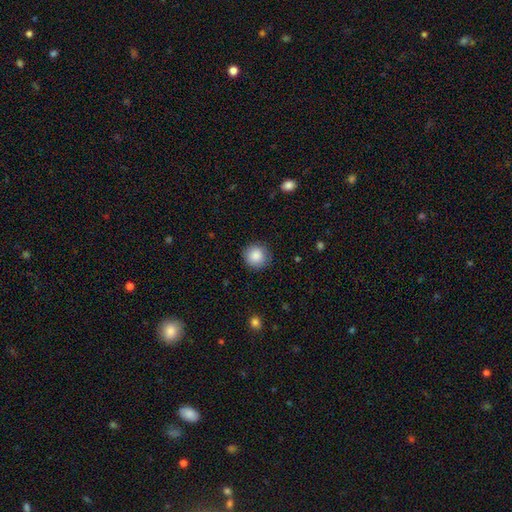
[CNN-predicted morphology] Smooth or featured? smooth (88%)
How rounded? round (93%)
Merging? none (88%)